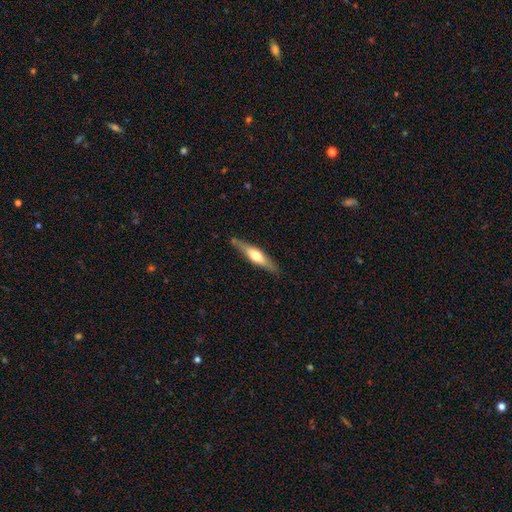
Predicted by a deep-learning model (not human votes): smooth-or-featured: featured or disk: 56% | smooth: 38% | star or artifact: 5%
  disk-edge-on: yes: 92% | no: 8%
    edge-on-bulge: rounded: 91% | boxy: 6% | none: 4%
  merging: none: 83% | minor disturbance: 12% | major disturbance: 2% | merger: 2%